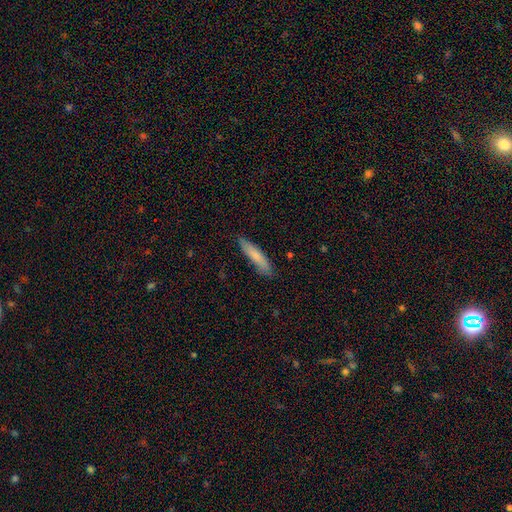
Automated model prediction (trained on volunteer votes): This is likely a smooth galaxy (78%). How rounded: clearly cigar-shaped (85%). Merging: clearly none (83%).